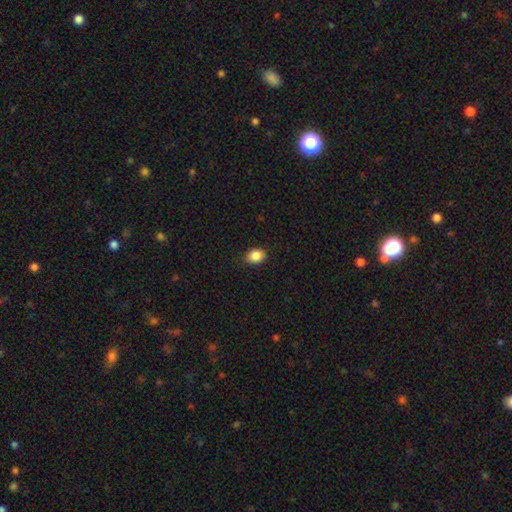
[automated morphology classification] A smooth galaxy with no disk features (87%) that is in between round and cigar-shaped (57%). Merging: none (87%).